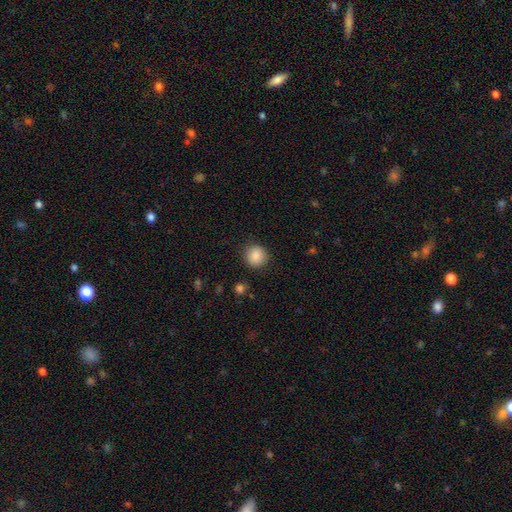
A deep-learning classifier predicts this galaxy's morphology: Smooth or featured: smooth — 87% (star or artifact — 9%)
How rounded: round — 90% (in between — 9%)
Merging: none — 89% (minor disturbance — 7%)